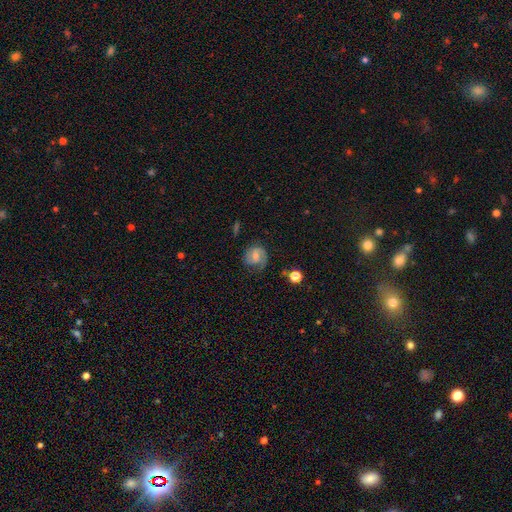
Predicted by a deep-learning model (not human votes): The model was most divided on "spiral winding" (2-way tie): medium: 41%, tight: 41%, loose: 18%. Remaining: edge-on disk — no (98%); spiral arms — yes (90%); smooth or featured — featured or disk (65%); merging — none (63%); spiral arm count — 2 (59%); bulge size — moderate (50%); bar — no (47%).